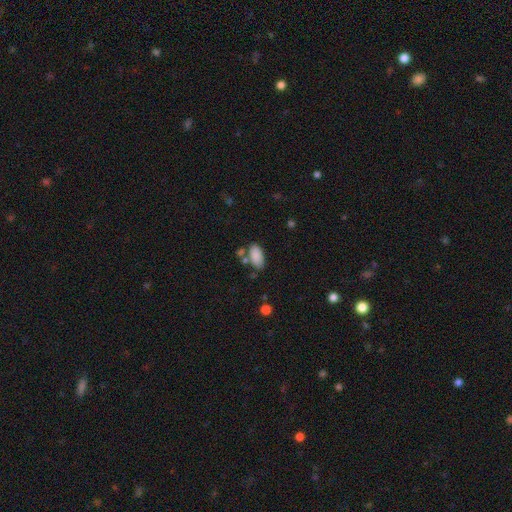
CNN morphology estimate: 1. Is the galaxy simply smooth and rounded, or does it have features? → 87% smooth, 8% star or artifact, 6% featured or disk.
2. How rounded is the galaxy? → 94% in between, 3% cigar-shaped, 3% round.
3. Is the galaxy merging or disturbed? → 67% none, 15% minor disturbance, 14% merger, 5% major disturbance.